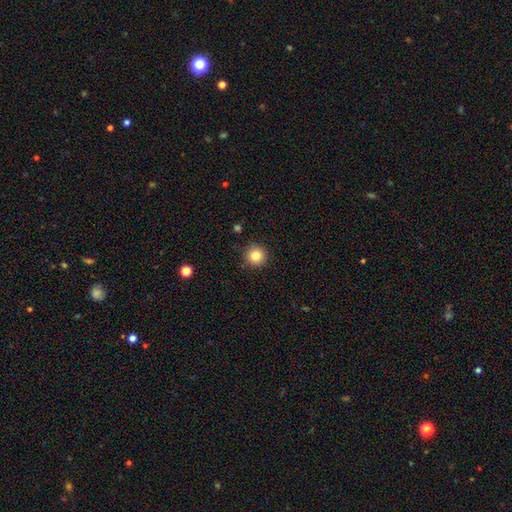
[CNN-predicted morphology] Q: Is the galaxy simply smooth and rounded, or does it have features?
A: smooth — 83%.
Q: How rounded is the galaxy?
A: round — 95%.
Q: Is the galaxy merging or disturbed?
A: none — 91%.